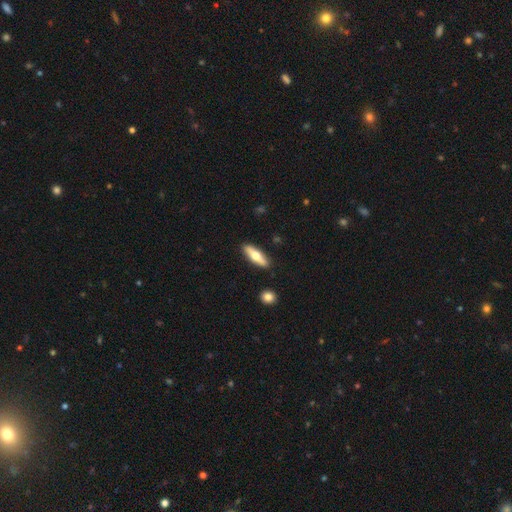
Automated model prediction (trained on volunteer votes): The model was most divided on "smooth or featured": smooth: 56%, featured or disk: 38%, star or artifact: 5%. More confident: merging — none (89%); how rounded — cigar-shaped (59%).